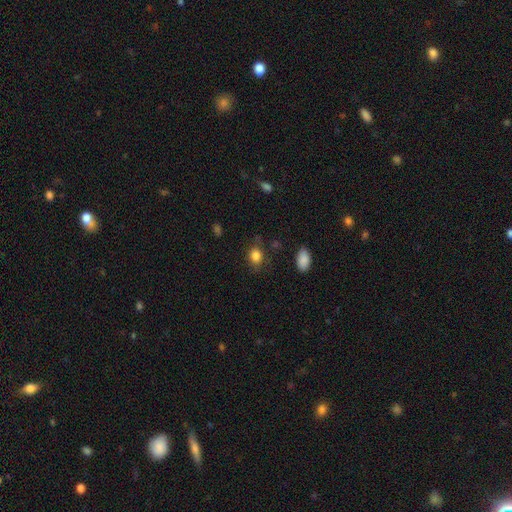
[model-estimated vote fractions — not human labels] Overall: smooth (84%). How rounded: in between (57%; round 42%). Merging: none (73%).